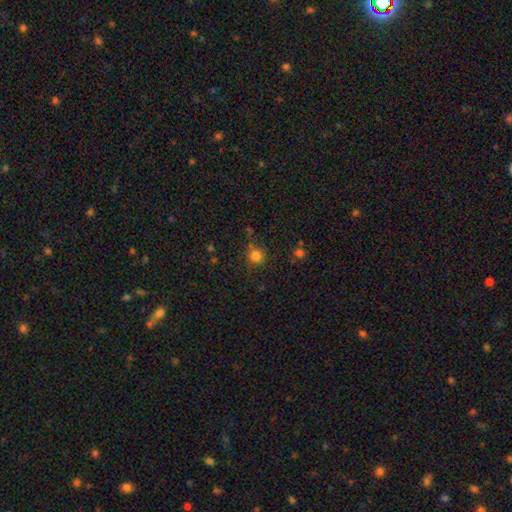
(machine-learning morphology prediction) Smooth or featured?
  - smooth: 79% *
  - star or artifact: 16%
  - featured or disk: 6%
How rounded?
  - round: 91% *
  - in between: 8%
  - cigar-shaped: 1%
Merging?
  - none: 74% *
  - minor disturbance: 14%
  - merger: 6%
  - major disturbance: 5%